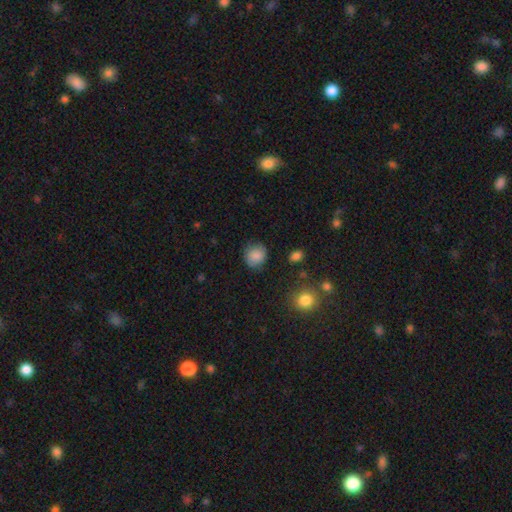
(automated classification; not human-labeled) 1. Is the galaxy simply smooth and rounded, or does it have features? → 85% smooth, 9% star or artifact, 6% featured or disk.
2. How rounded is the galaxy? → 81% round, 18% in between, 1% cigar-shaped.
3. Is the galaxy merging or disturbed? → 77% none, 16% minor disturbance, 4% major disturbance, 2% merger.